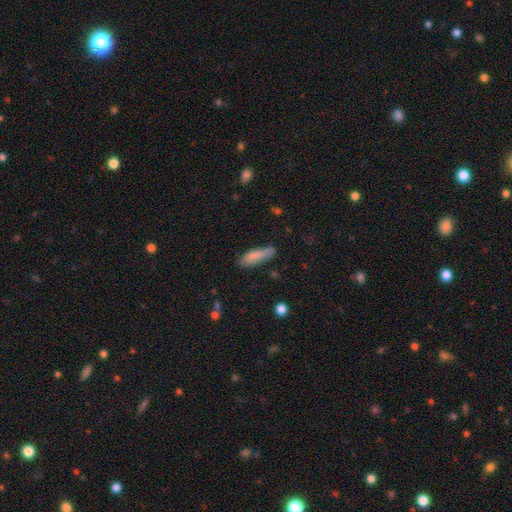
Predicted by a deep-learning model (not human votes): Smooth or featured: smooth — 80% (featured or disk — 13%)
How rounded: cigar-shaped — 62% (in between — 36%)
Merging: none — 70% (minor disturbance — 22%)